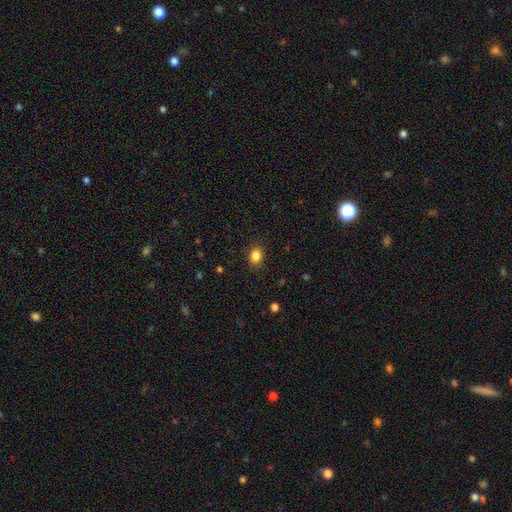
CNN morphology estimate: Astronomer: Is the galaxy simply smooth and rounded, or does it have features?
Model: smooth — 85%.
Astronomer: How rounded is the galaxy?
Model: in between — 58% (runner-up: round, 41%).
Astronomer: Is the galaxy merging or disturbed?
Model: none — 87%.